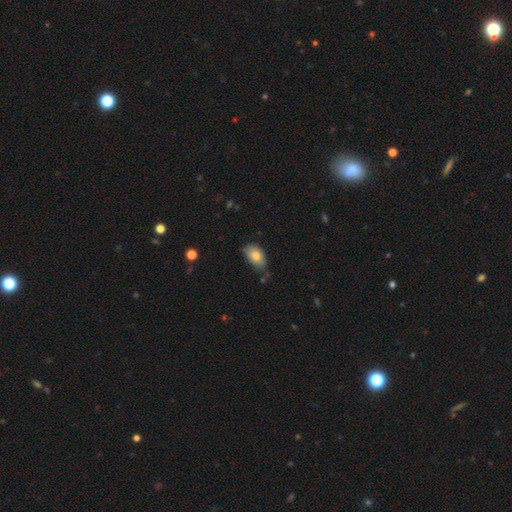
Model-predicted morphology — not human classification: Smooth or featured?
  - smooth: 80% *
  - featured or disk: 12%
  - star or artifact: 8%
How rounded?
  - in between: 90% *
  - round: 8%
  - cigar-shaped: 2%
Merging?
  - none: 59% *
  - minor disturbance: 32%
  - major disturbance: 5%
  - merger: 4%